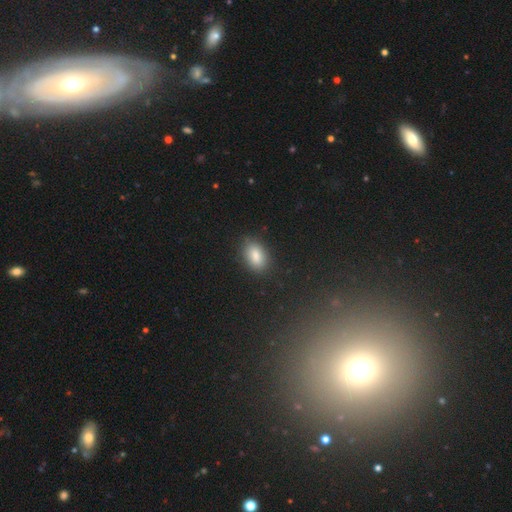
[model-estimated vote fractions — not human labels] smooth_or_featured: smooth (p=0.84) [alt: star or artifact p=0.09]
how_rounded: in between (p=0.88) [alt: round p=0.10]
merging: none (p=0.85) [alt: minor disturbance p=0.11]